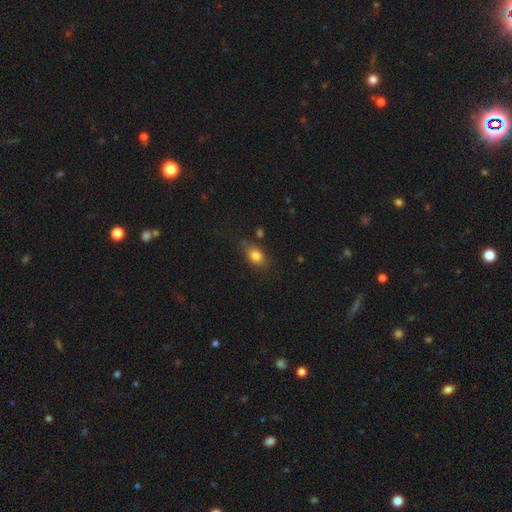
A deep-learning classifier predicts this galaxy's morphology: smooth-or-featured: smooth: 81% | star or artifact: 10% | featured or disk: 9%
  how-rounded: in between: 75% | round: 22% | cigar-shaped: 3%
  merging: none: 76% | minor disturbance: 17% | major disturbance: 4% | merger: 3%